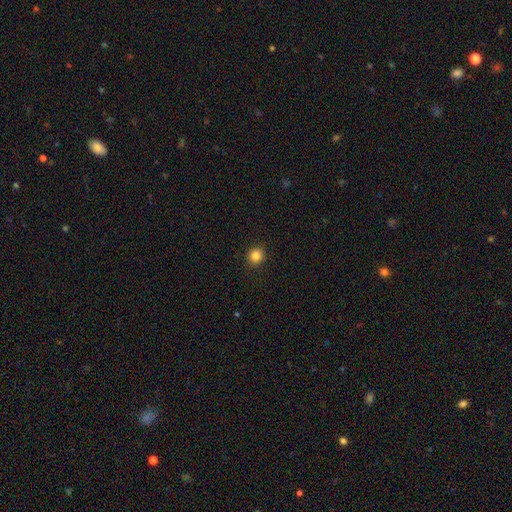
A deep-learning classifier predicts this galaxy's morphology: smooth 84%, star or artifact 11%, featured or disk 4%. Down the decision tree: how rounded — round (90%); merging — none (92%).